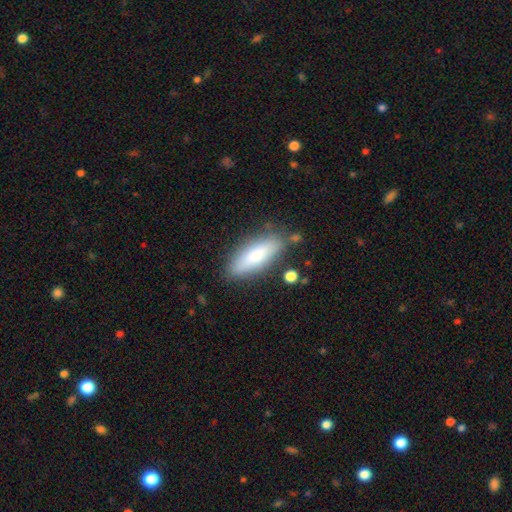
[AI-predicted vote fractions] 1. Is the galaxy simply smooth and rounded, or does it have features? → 75% smooth, 18% featured or disk, 7% star or artifact.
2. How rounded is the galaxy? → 55% in between, 43% cigar-shaped, 2% round.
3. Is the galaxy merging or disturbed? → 80% none, 14% minor disturbance, 3% major disturbance, 3% merger.